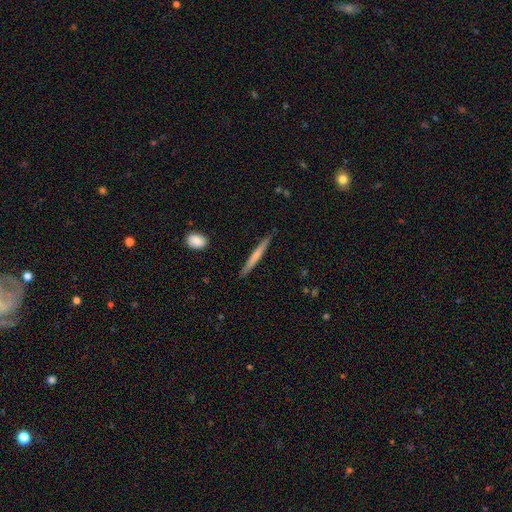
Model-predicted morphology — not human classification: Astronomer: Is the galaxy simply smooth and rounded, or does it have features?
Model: smooth — 57% (runner-up: featured or disk, 38%).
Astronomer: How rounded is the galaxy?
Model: cigar-shaped — 96%.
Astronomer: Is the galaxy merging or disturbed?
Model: none — 88%.